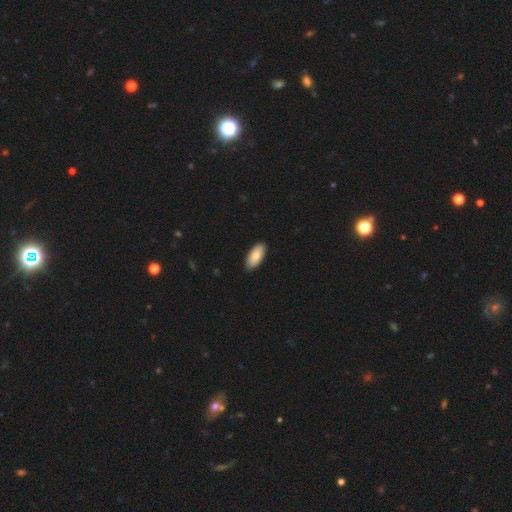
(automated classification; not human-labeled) A smooth galaxy with no disk features (85%) that is in between round and cigar-shaped (90%). Merging: none (89%).